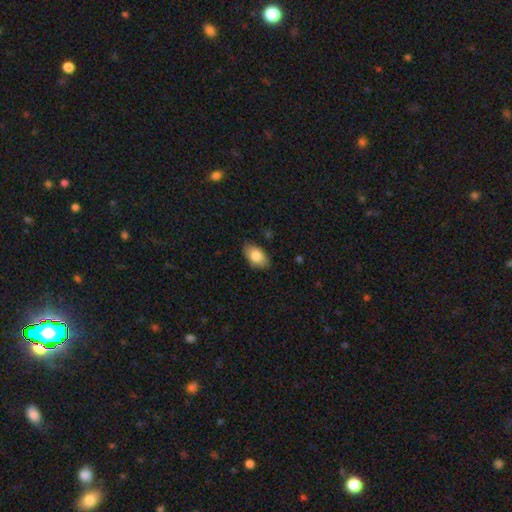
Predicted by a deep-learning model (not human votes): The model was most divided on "merging": none: 83%, minor disturbance: 14%, major disturbance: 2%, merger: 1%. More confident: how rounded — in between (91%); smooth or featured — smooth (82%).